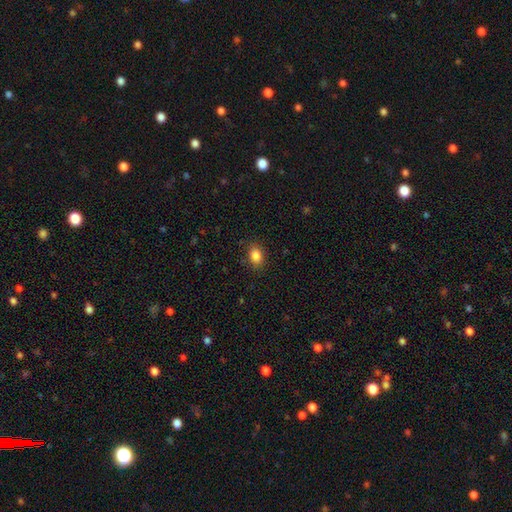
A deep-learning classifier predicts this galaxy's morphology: smooth 86%, star or artifact 9%, featured or disk 5%. Down the decision tree: how rounded — in between (77%); merging — none (86%).